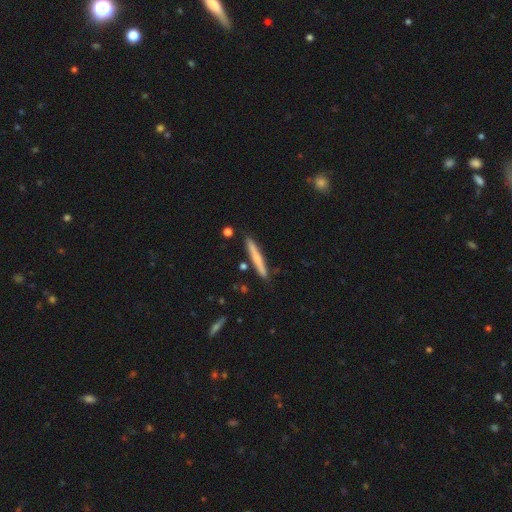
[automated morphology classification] This is possibly a smooth galaxy (56%). How rounded: clearly cigar-shaped (96%). Merging: clearly none (87%).